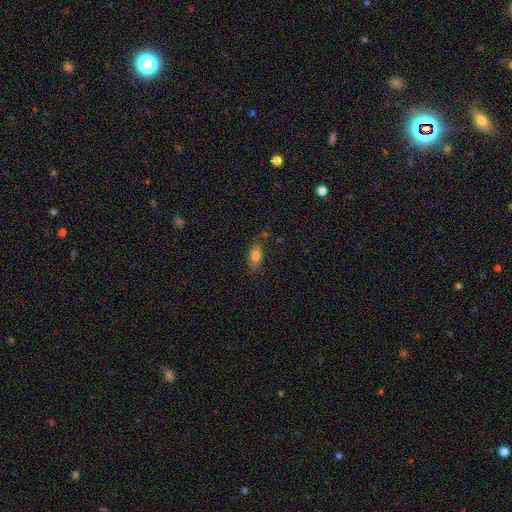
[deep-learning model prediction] The model was most divided on "merging": none: 67%, minor disturbance: 22%, major disturbance: 8%, merger: 4%. More confident: how rounded — in between (81%); smooth or featured — smooth (80%).